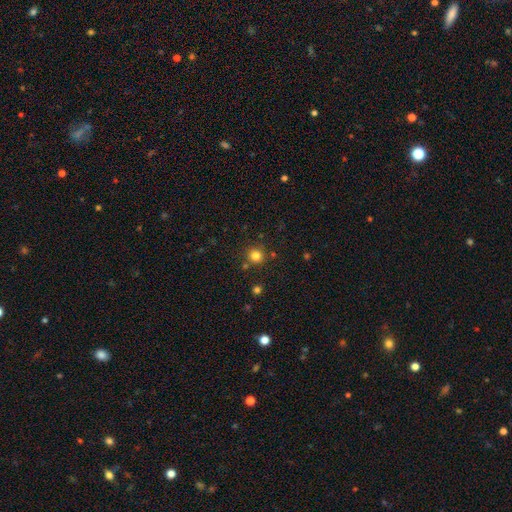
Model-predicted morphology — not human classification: Smooth or featured? Predicted: smooth (p=0.81). How rounded? Predicted: round (p=0.94). Merging? Predicted: none (p=0.83).